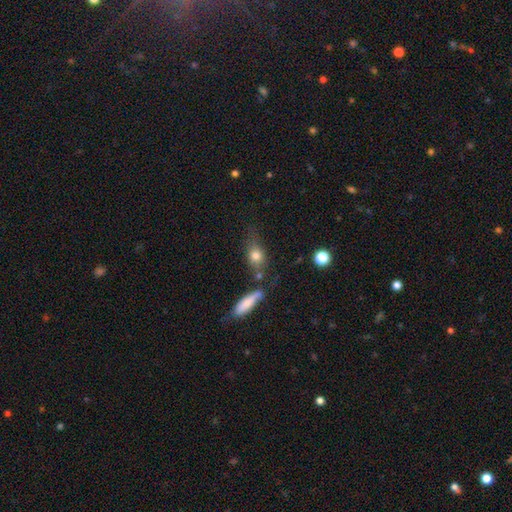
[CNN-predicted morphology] smooth 75%, featured or disk 15%, star or artifact 10%. Down the decision tree: how rounded — in between (52%); merging — none (54%).